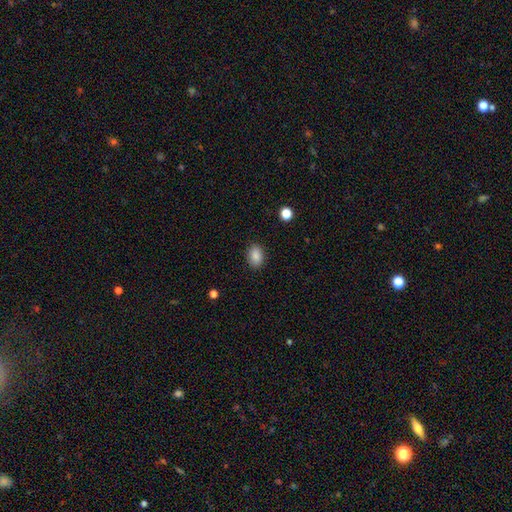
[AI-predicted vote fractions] A smooth galaxy with no disk features (88%) that is in between round and cigar-shaped (79%). Merging: none (88%).